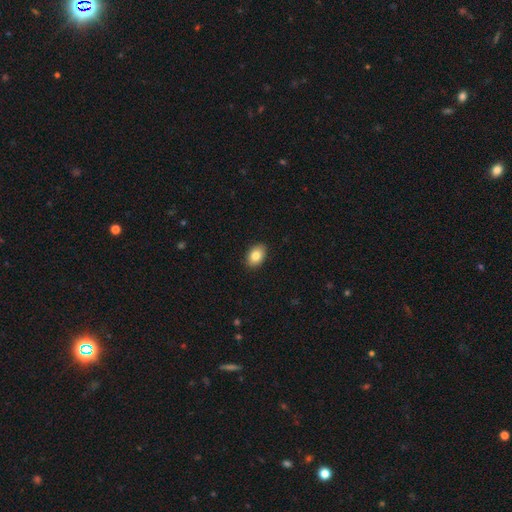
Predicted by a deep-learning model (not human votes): A smooth galaxy with no disk features (84%) that is in between round and cigar-shaped (81%).

Vote fractions:
- Smooth or featured? smooth: 84% / featured or disk: 8% / star or artifact: 8%
- How rounded? in between: 81% / round: 17% / cigar-shaped: 1%
- Merging? none: 89% / minor disturbance: 8% / major disturbance: 2% / merger: 1%